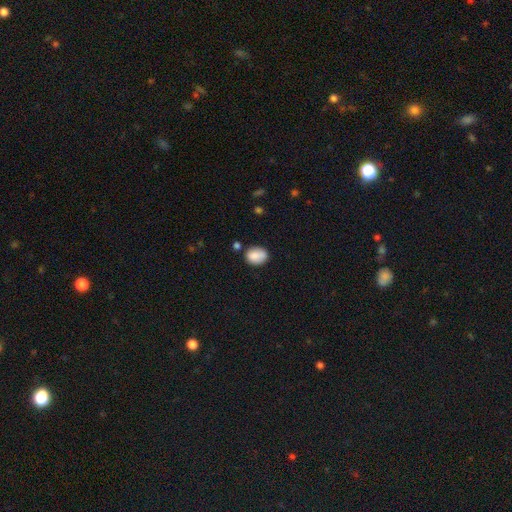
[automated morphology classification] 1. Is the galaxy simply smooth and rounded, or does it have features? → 83% smooth, 9% featured or disk, 8% star or artifact.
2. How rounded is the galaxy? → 53% in between, 45% round, 1% cigar-shaped.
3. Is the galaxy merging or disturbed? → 67% none, 20% minor disturbance, 8% merger, 5% major disturbance.